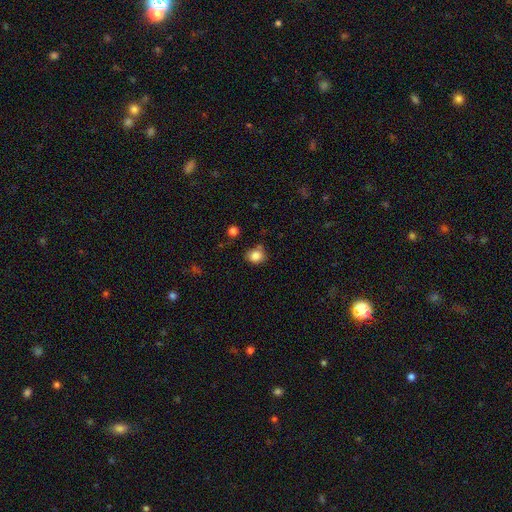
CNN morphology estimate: type=smooth (84%); roundness=round (70%); merging=none (69%).